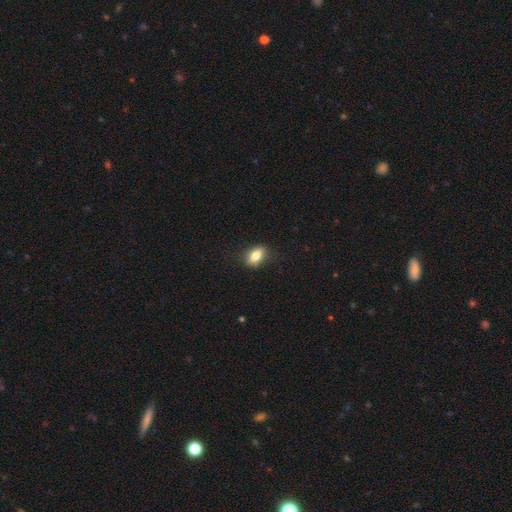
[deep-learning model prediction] Q: Smooth or featured?
A: smooth (77%); runner-up: featured or disk (15%)
Q: How rounded?
A: in between (81%); runner-up: round (11%)
Q: Merging?
A: none (80%); runner-up: minor disturbance (15%)